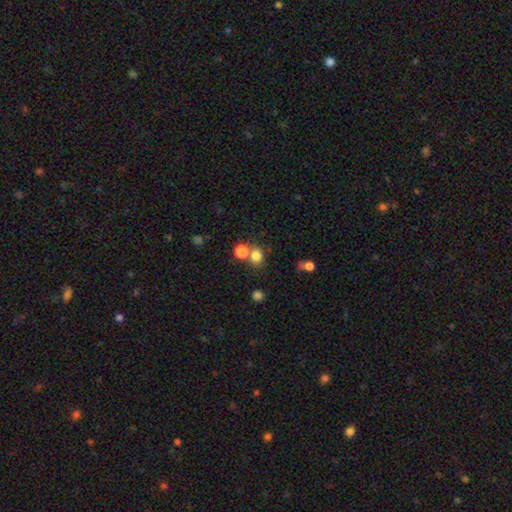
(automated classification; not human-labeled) A smooth galaxy with no disk features (78%) that is round (67%).

Vote fractions:
- Smooth or featured? smooth: 78% / star or artifact: 15% / featured or disk: 7%
- How rounded? round: 67% / in between: 32% / cigar-shaped: 1%
- Merging? none: 62% / merger: 25% / minor disturbance: 10% / major disturbance: 4%